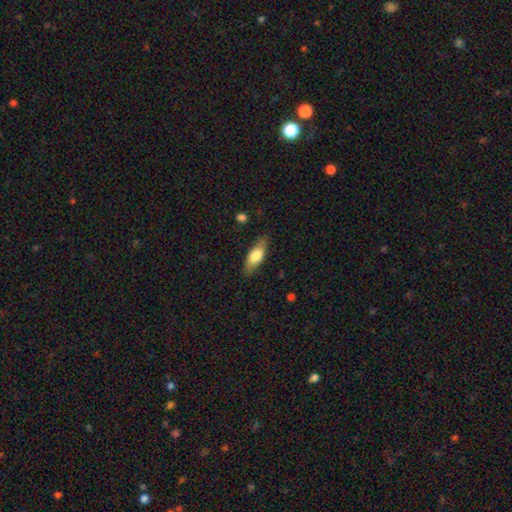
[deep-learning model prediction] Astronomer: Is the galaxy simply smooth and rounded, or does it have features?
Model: smooth — 65%.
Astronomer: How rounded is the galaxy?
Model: in between — 67%.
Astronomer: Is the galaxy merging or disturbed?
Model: none — 79%.